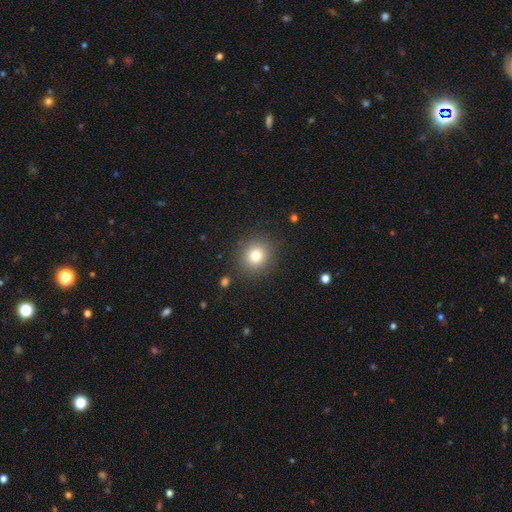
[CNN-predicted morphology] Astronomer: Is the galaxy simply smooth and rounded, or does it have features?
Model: smooth — 78%.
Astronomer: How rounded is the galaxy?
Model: round — 86%.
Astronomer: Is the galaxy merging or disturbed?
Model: none — 88%.